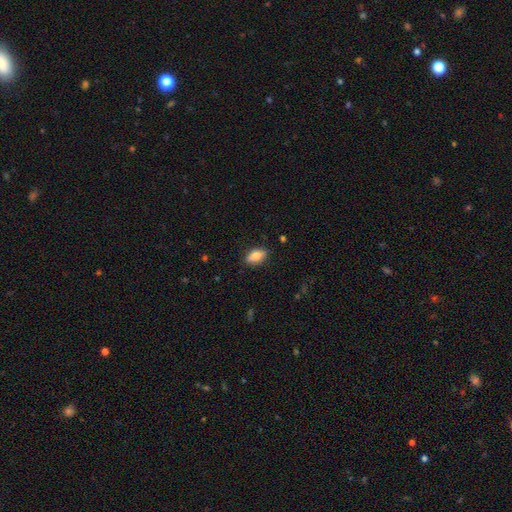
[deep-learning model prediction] smooth_or_featured: smooth (p=0.75) [alt: featured or disk p=0.17]
how_rounded: in between (p=0.86) [alt: cigar-shaped p=0.09]
merging: none (p=0.85) [alt: minor disturbance p=0.12]